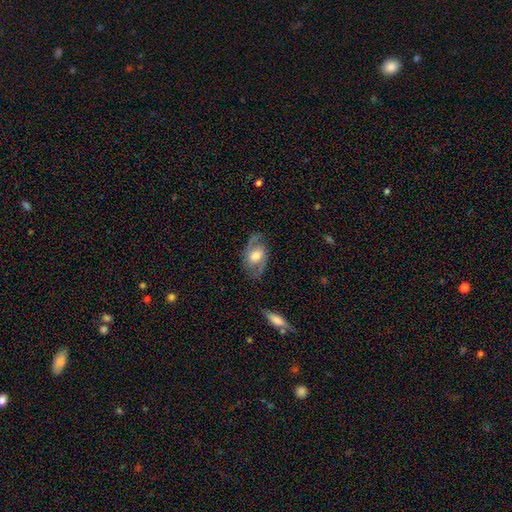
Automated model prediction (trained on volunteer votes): Smooth or featured: featured or disk — 71% (smooth — 23%)
Edge-on disk: no — 95% (yes — 5%)
Bar: no — 50% (weak — 39%)
Spiral arms: yes — 88% (no — 12%)
Spiral winding: medium — 52% (loose — 27%)
Spiral arm count: 2 — 88% (can't tell — 6%)
Bulge size: moderate — 58% (large — 27%)
Merging: none — 76% (minor disturbance — 16%)